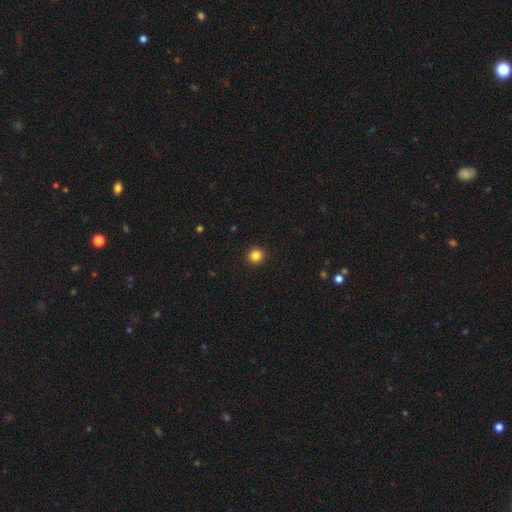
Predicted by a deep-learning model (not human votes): Q: Smooth or featured?
A: smooth (84%); runner-up: star or artifact (12%)
Q: How rounded?
A: round (94%); runner-up: in between (5%)
Q: Merging?
A: none (94%); runner-up: minor disturbance (4%)